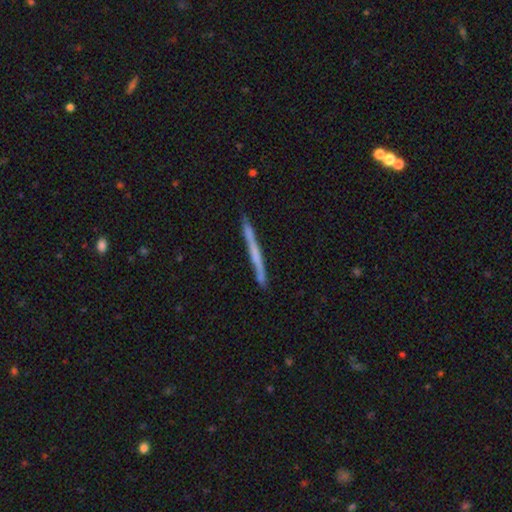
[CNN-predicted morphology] A featured or disk galaxy (52%) viewed edge-on (96%) with no central bulge (79%). Merging: none (87%).